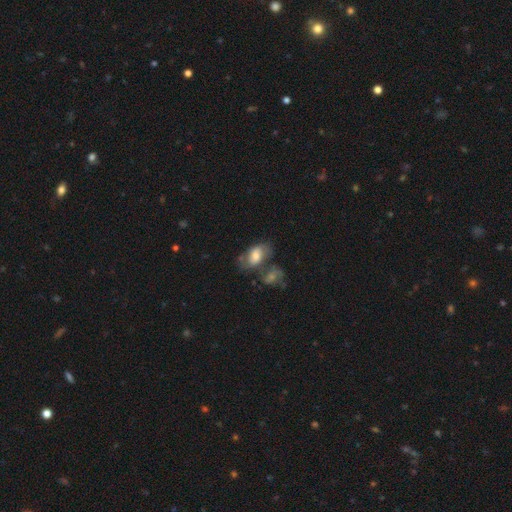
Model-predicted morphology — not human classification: smooth_or_featured: smooth (p=0.58) [alt: featured or disk p=0.34]
how_rounded: in between (p=0.87) [alt: round p=0.11]
merging: none (p=0.37) [alt: merger p=0.32]